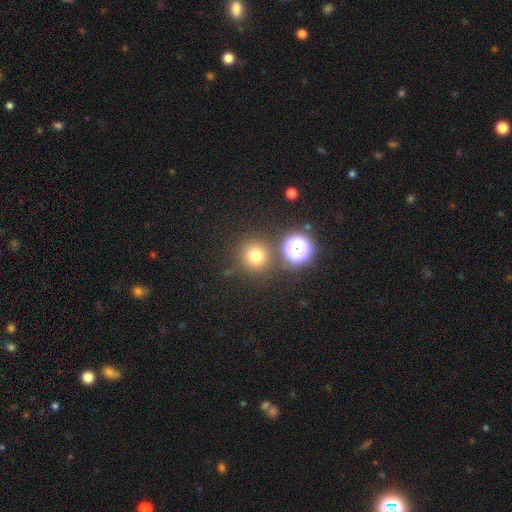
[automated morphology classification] type=smooth (74%); roundness=round (94%); merging=none (79%).